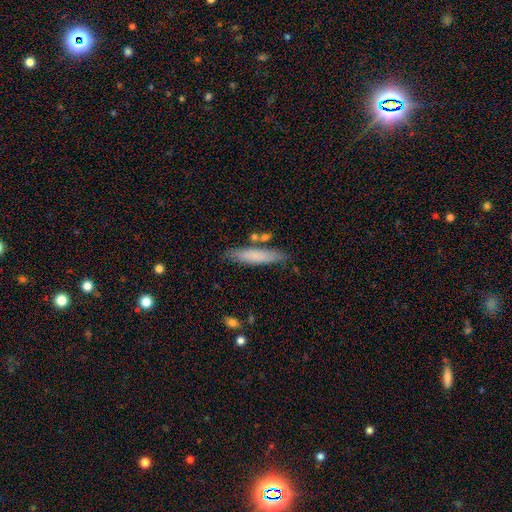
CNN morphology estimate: Smooth or featured? smooth (75%)
How rounded? cigar-shaped (81%)
Merging? none (77%)